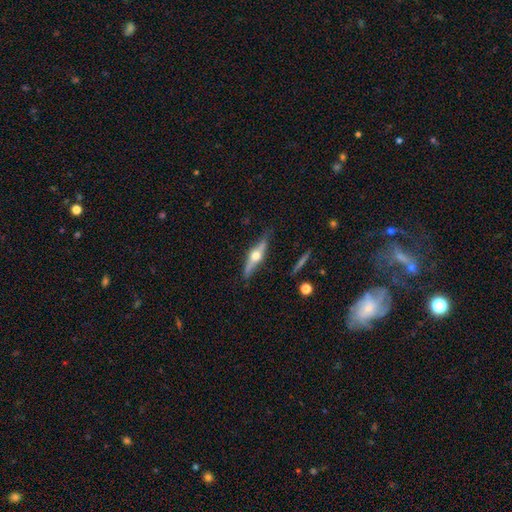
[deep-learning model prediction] The model was most divided on "smooth or featured": featured or disk: 70%, smooth: 24%, star or artifact: 6%. More confident: edge-on bulge — rounded (96%); edge-on disk — yes (95%); merging — none (81%).